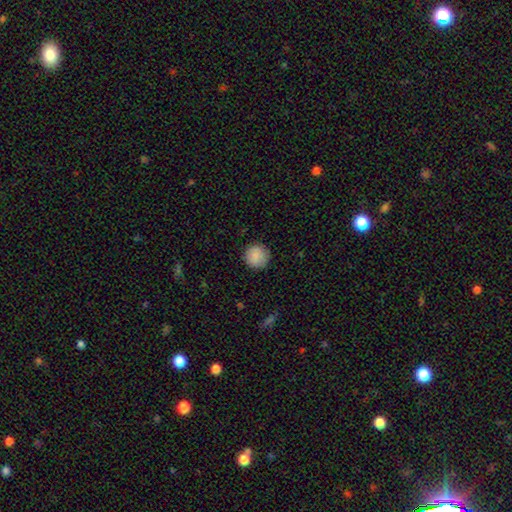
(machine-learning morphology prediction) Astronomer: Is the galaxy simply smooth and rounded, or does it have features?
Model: smooth — 88%.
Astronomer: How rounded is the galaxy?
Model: round — 94%.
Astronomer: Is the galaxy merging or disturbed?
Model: none — 90%.